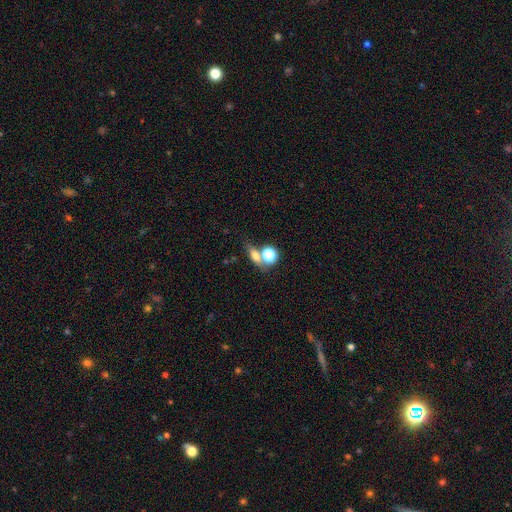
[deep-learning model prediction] This is likely a smooth galaxy (66%). How rounded: possibly in between (48%). Merging: possibly none (50%).